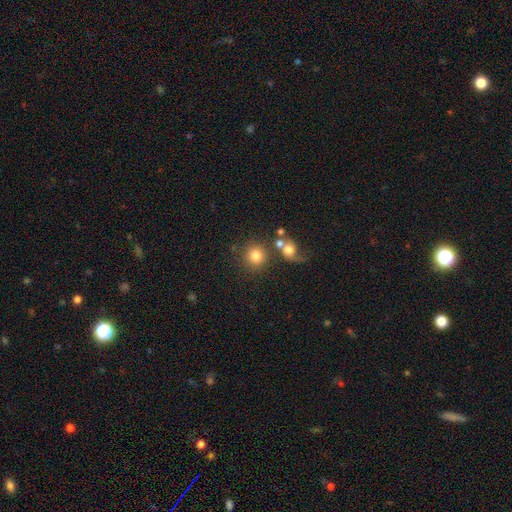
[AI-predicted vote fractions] Smooth or featured? smooth (78%)
How rounded? round (90%)
Merging? none (70%)